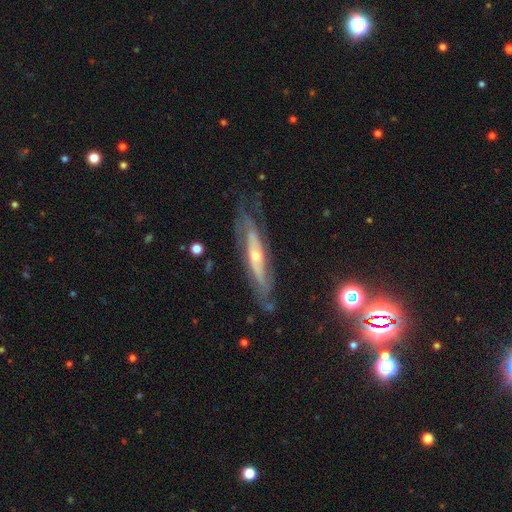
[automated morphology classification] A featured or disk galaxy (79%). Merging: none (71%).